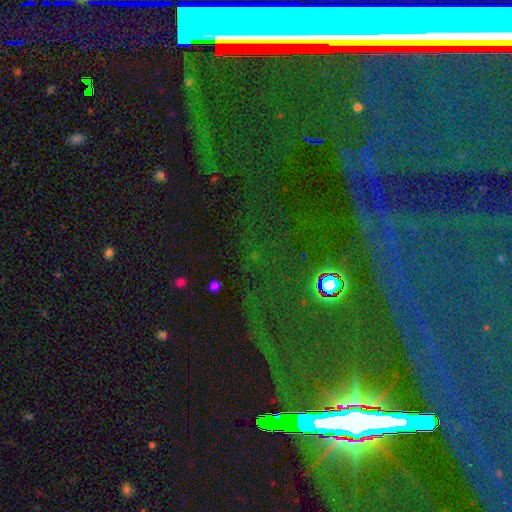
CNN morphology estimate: type=star or artifact (83%).